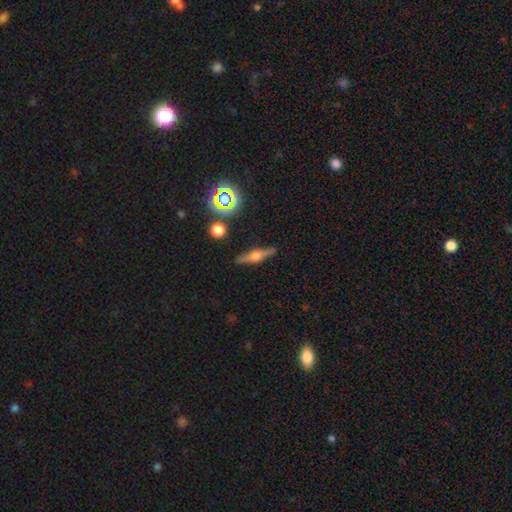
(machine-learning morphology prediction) This appears to be a featured or disk galaxy (67%) viewed edge-on (96%) with a rounded central bulge (84%). Merging: none (87%).